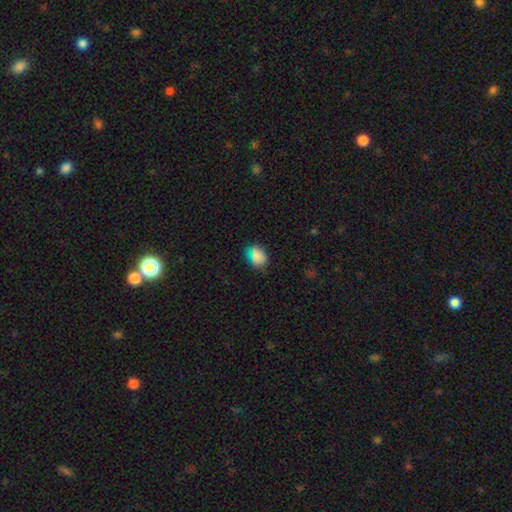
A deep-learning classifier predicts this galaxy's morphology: smooth_or_featured: smooth (p=0.77) [alt: star or artifact p=0.17]
how_rounded: in between (p=0.65) [alt: round p=0.34]
merging: none (p=0.75) [alt: minor disturbance p=0.19]